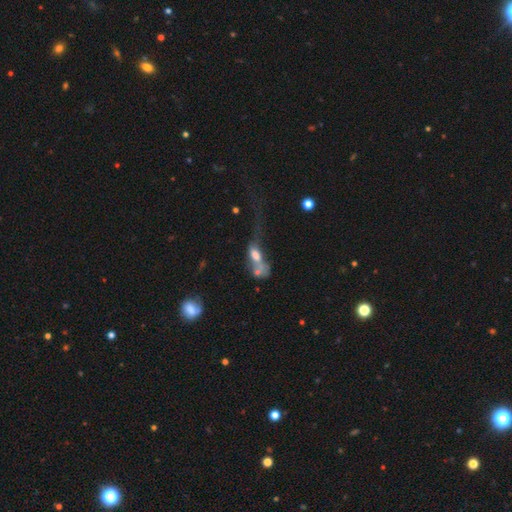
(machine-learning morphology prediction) Smooth or featured: smooth — 53% (featured or disk — 34%)
How rounded: in between — 69% (cigar-shaped — 16%)
Merging: merger — 49% (major disturbance — 31%)